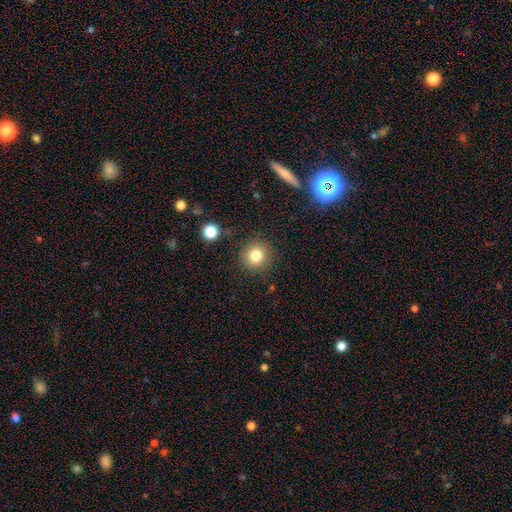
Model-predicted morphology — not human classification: Smooth or featured: smooth — 81% (star or artifact — 12%)
How rounded: round — 91% (in between — 8%)
Merging: none — 87% (minor disturbance — 8%)